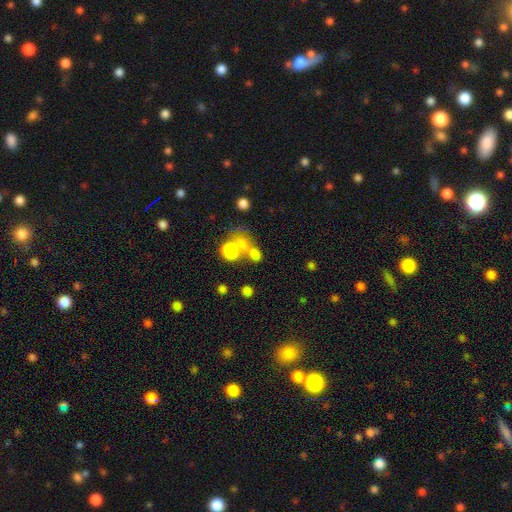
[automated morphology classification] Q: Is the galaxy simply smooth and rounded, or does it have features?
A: smooth — 72%.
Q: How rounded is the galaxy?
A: round — 49%.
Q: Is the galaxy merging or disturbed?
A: merger — 46%.